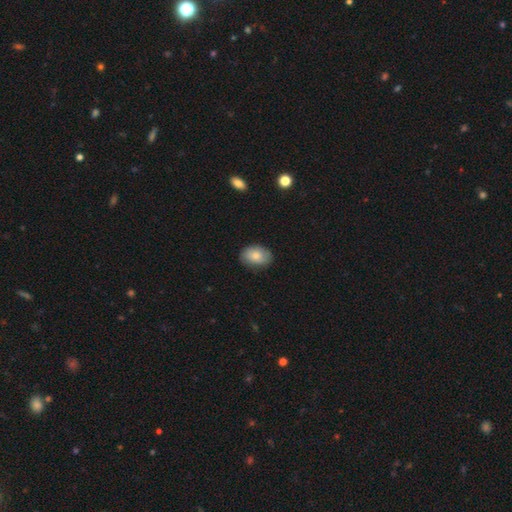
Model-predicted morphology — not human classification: Smooth or featured? Predicted: smooth (p=0.79). How rounded? Predicted: in between (p=0.80). Merging? Predicted: none (p=0.82).